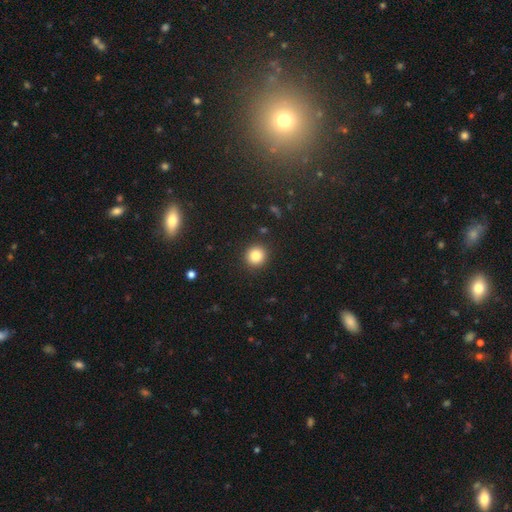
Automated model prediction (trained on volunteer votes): This is clearly a smooth galaxy (83%). How rounded: clearly round (93%). Merging: clearly none (91%).